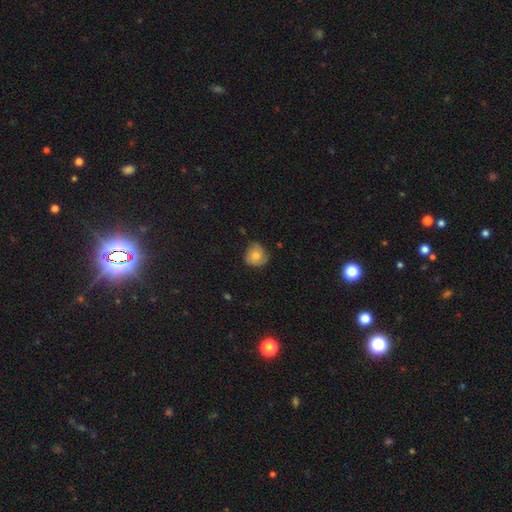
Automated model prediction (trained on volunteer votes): A smooth galaxy with no disk features (69%) that is round (83%).

Vote fractions:
- Smooth or featured? smooth: 69% / featured or disk: 23% / star or artifact: 8%
- How rounded? round: 83% / in between: 16% / cigar-shaped: 1%
- Merging? none: 64% / minor disturbance: 29% / major disturbance: 6% / merger: 1%